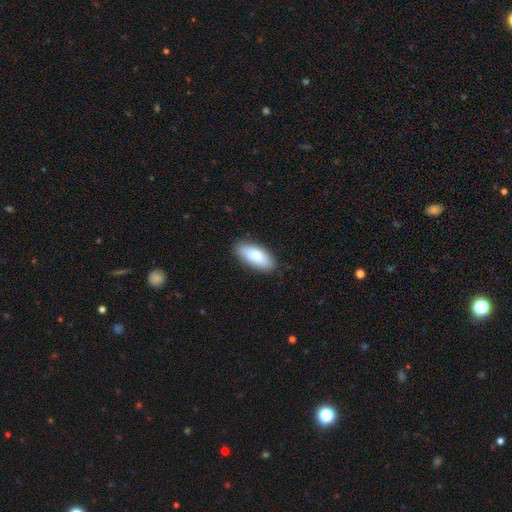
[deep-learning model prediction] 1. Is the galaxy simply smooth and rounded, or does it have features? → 83% smooth, 11% featured or disk, 6% star or artifact.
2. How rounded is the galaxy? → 82% in between, 16% cigar-shaped, 2% round.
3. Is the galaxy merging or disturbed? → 86% none, 10% minor disturbance, 2% major disturbance, 1% merger.